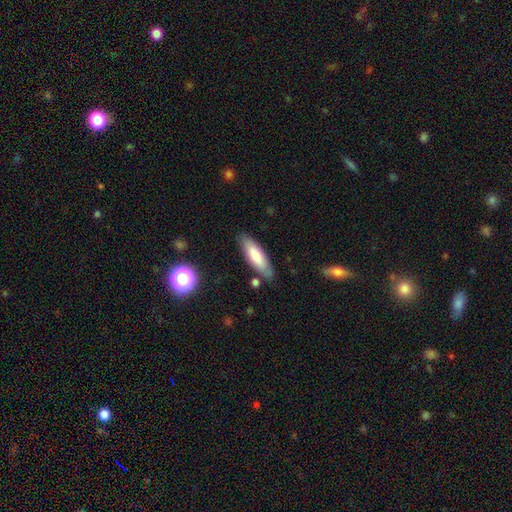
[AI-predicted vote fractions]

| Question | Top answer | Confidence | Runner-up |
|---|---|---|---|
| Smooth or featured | smooth | 73% | featured or disk (20%) |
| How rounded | cigar-shaped | 54% | in between (45%) |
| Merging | none | 83% | minor disturbance (12%) |